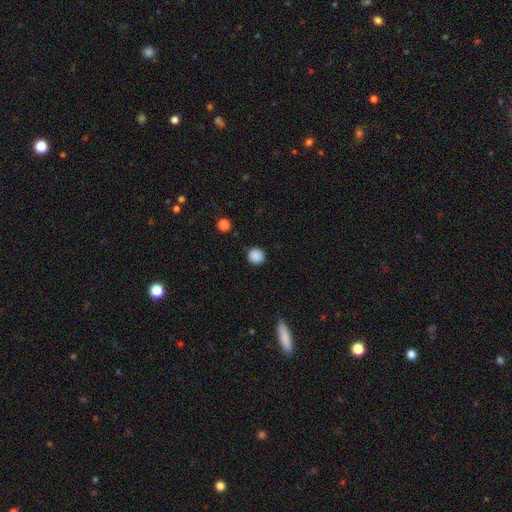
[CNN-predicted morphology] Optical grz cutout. It shows a smooth galaxy with no disk features (88%) that is round (95%). Merging: none (91%).